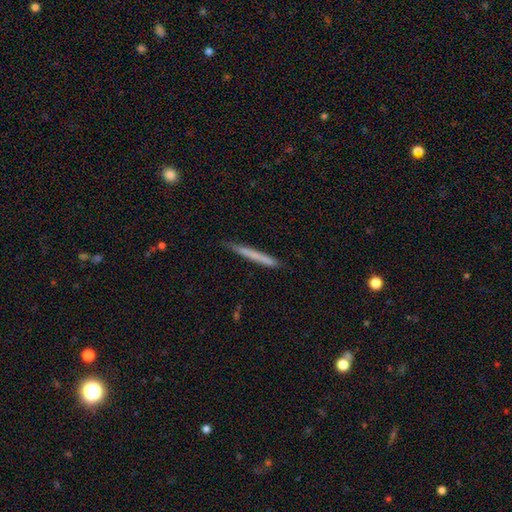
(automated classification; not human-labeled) smooth 62%, featured or disk 32%, star or artifact 6%. Down the decision tree: how rounded — cigar-shaped (97%); merging — none (85%).